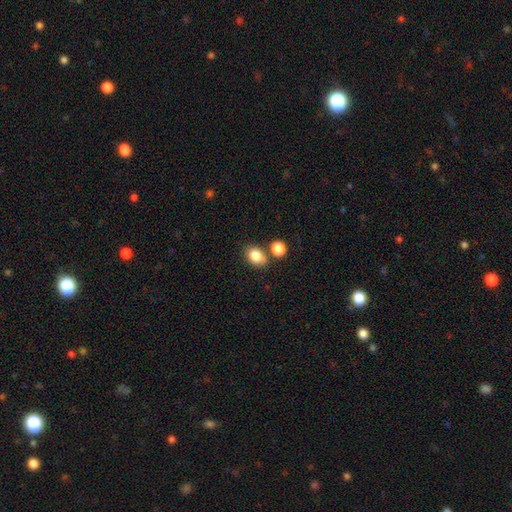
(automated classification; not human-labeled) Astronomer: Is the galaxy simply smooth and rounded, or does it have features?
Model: smooth — 84%.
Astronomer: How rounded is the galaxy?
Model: in between — 65%.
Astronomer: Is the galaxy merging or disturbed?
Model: none — 68%.